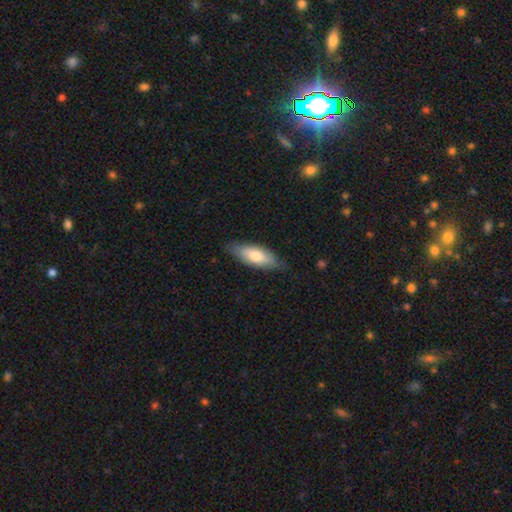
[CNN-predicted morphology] smooth-or-featured: smooth: 70% | featured or disk: 25% | star or artifact: 6%
  how-rounded: in between: 70% | cigar-shaped: 28% | round: 2%
  merging: none: 78% | minor disturbance: 18% | major disturbance: 3% | merger: 1%